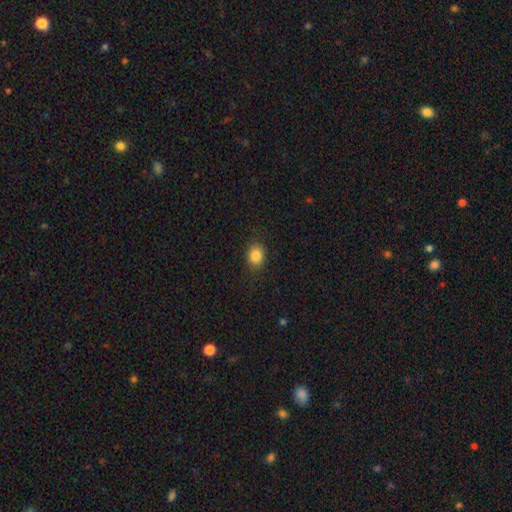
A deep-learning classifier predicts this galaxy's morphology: A smooth galaxy with no disk features (85%) that is round (53%). Merging: none (87%).